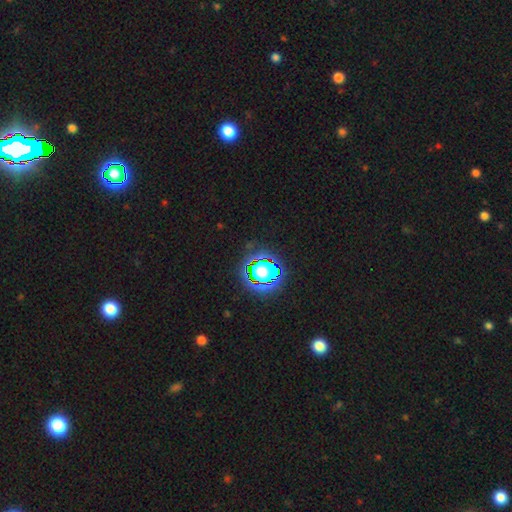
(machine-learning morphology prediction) smooth-or-featured: star or artifact: 81% | smooth: 12% | featured or disk: 7%